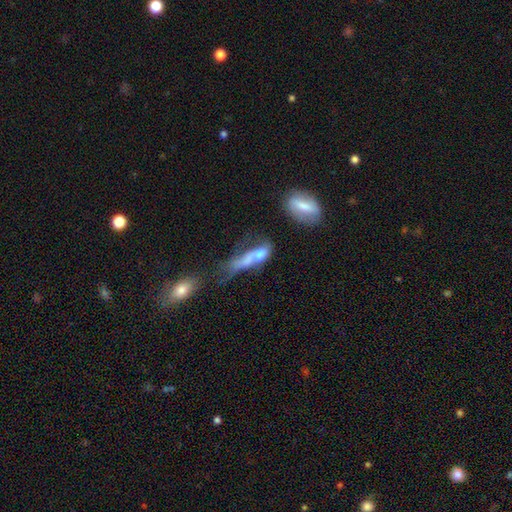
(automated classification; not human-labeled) smooth_or_featured: smooth (p=0.53) [alt: featured or disk p=0.36]
how_rounded: in between (p=0.55) [alt: cigar-shaped p=0.39]
merging: merger (p=0.40) [alt: major disturbance p=0.29]